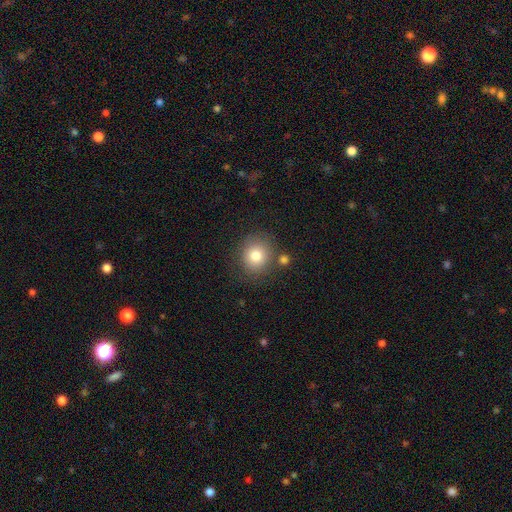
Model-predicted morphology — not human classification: This appears to be a smooth galaxy with no disk features (80%) that is round (80%). Merging: none (77%).